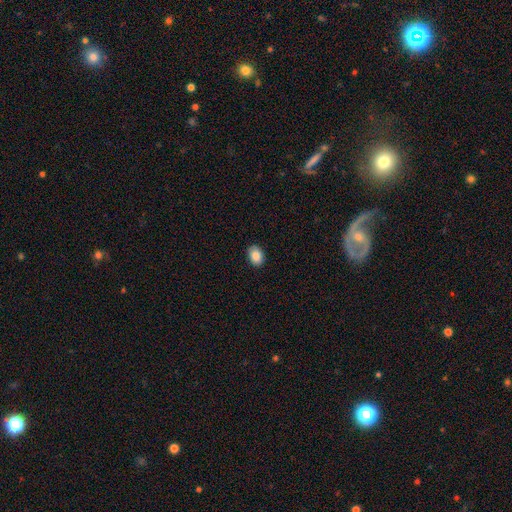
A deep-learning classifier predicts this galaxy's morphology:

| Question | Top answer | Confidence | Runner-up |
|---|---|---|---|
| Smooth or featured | smooth | 87% | star or artifact (8%) |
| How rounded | in between | 75% | round (24%) |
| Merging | none | 88% | minor disturbance (9%) |